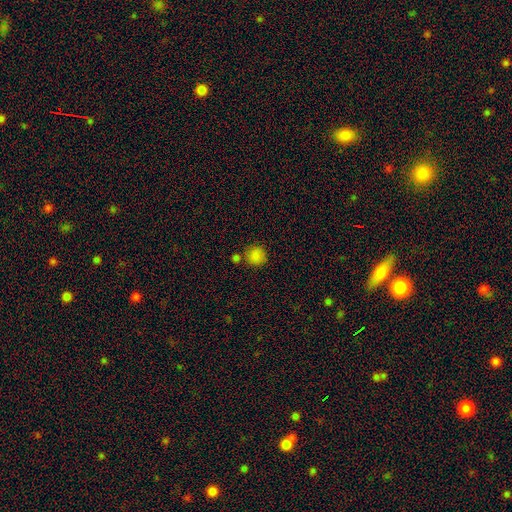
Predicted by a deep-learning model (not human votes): Smooth or featured? smooth (85%)
How rounded? round (92%)
Merging? none (75%)